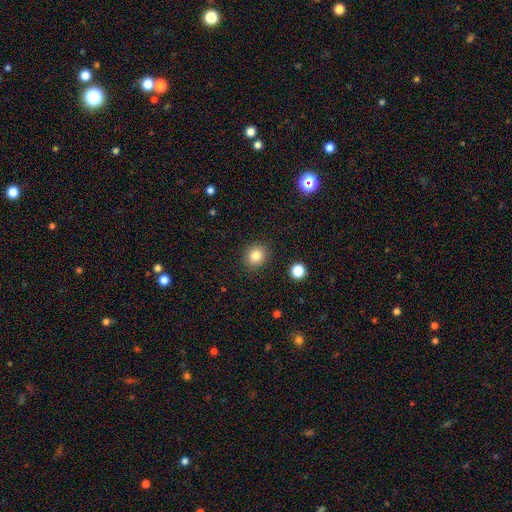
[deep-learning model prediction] Smooth or featured?
  - smooth: 82% *
  - star or artifact: 11%
  - featured or disk: 7%
How rounded?
  - round: 84% *
  - in between: 15%
  - cigar-shaped: 1%
Merging?
  - none: 90% *
  - minor disturbance: 7%
  - major disturbance: 2%
  - merger: 1%